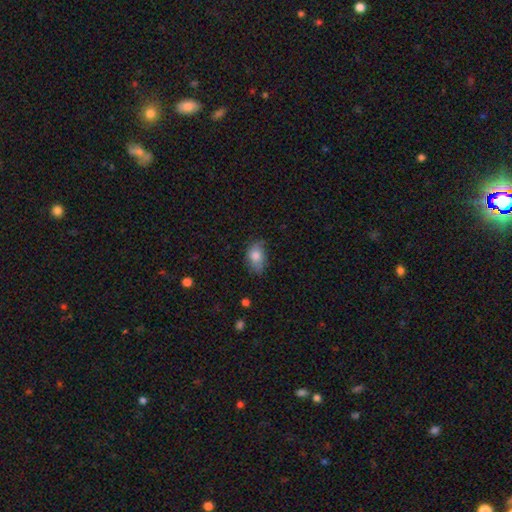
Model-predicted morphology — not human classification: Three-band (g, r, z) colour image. It shows a smooth galaxy with no disk features (81%) that is in between round and cigar-shaped (86%). Merging: none (62%).